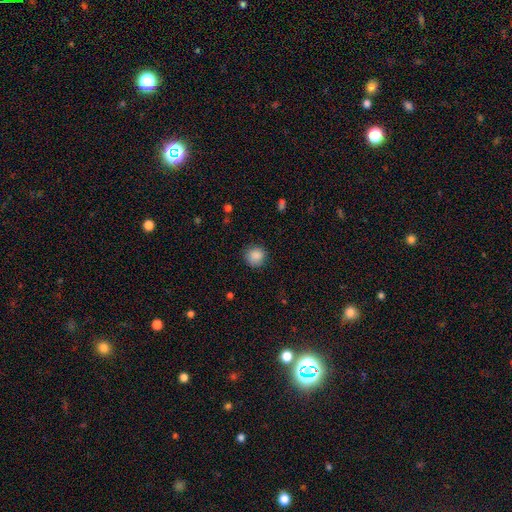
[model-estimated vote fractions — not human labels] Smooth or featured? smooth (88%)
How rounded? round (92%)
Merging? none (86%)